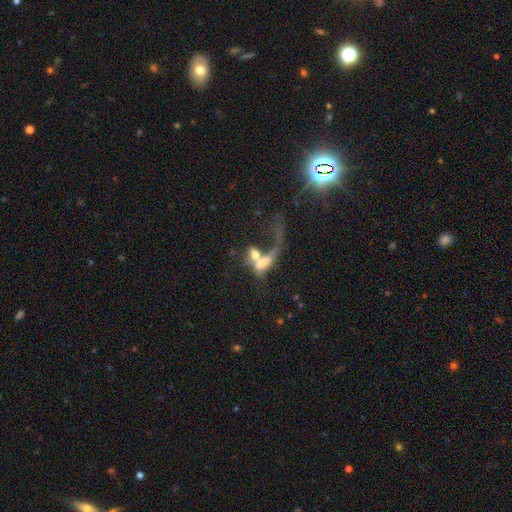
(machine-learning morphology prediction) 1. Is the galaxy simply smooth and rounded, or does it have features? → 49% smooth, 41% featured or disk, 10% star or artifact.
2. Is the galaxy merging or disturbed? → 66% merger, 20% major disturbance, 9% none, 5% minor disturbance.